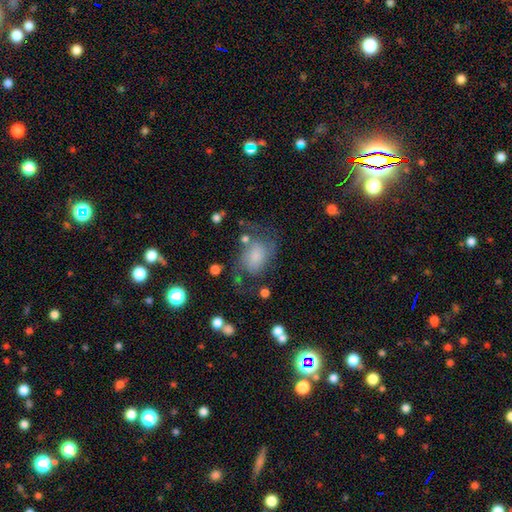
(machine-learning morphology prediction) Q: Smooth or featured?
A: featured or disk (50%); runner-up: smooth (40%)
Q: Merging?
A: none (45%); runner-up: major disturbance (27%)